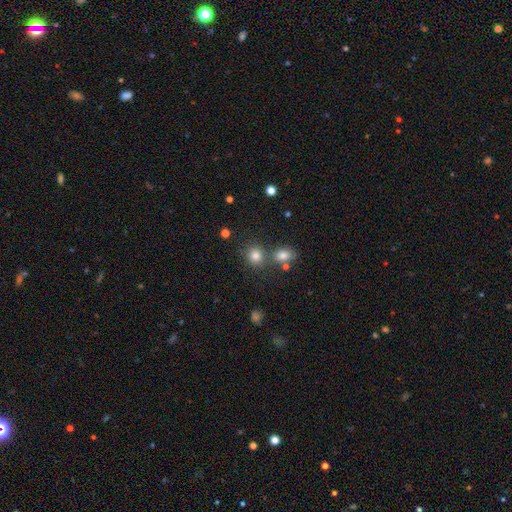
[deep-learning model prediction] smooth_or_featured: smooth (p=0.81) [alt: star or artifact p=0.13]
how_rounded: round (p=0.81) [alt: in between p=0.18]
merging: none (p=0.67) [alt: merger p=0.20]